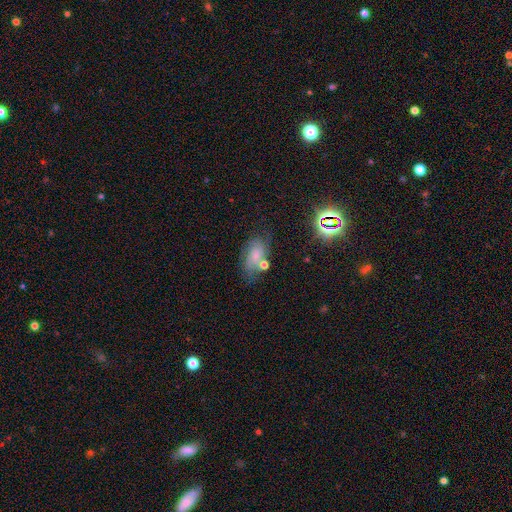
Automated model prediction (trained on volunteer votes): smooth-or-featured: featured or disk: 46% | smooth: 37% | star or artifact: 17%
  merging: none: 53% | minor disturbance: 22% | merger: 13% | major disturbance: 12%